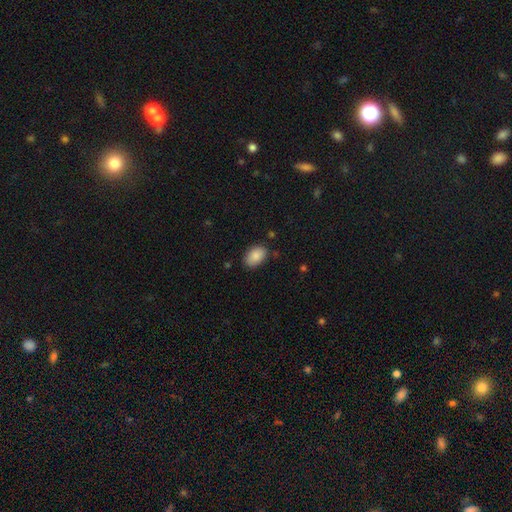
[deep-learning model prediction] A smooth galaxy with no disk features (88%) that is in between round and cigar-shaped (90%). Merging: none (82%).